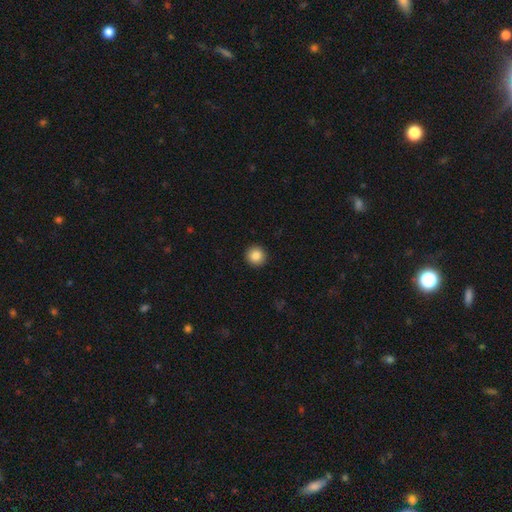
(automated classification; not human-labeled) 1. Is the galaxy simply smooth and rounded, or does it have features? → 87% smooth, 9% star or artifact, 4% featured or disk.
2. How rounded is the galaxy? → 95% round, 4% in between, 1% cigar-shaped.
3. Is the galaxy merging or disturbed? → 93% none, 4% minor disturbance, 1% major disturbance, 1% merger.